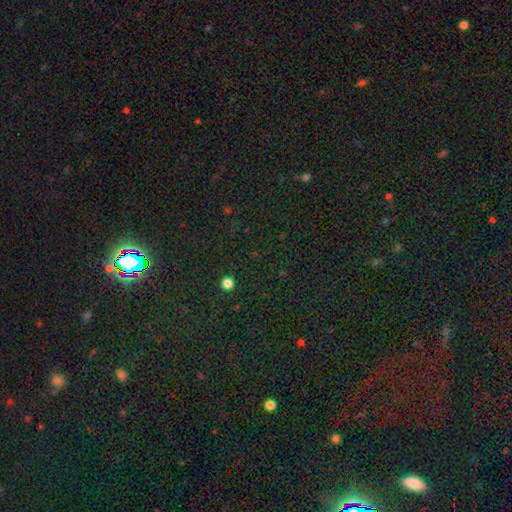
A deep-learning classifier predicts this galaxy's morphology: Q: Smooth or featured?
A: star or artifact (79%); runner-up: smooth (14%)